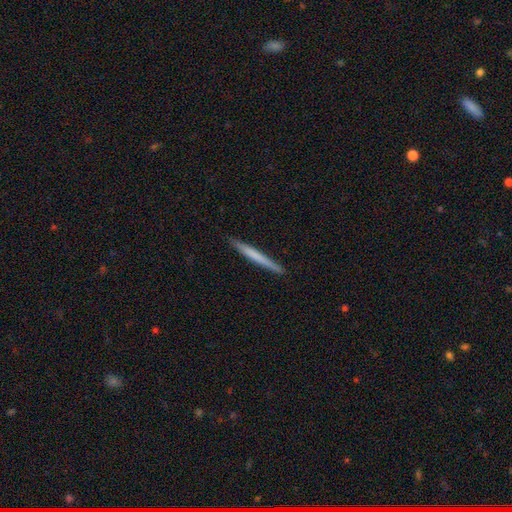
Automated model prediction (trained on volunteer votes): A smooth galaxy with no disk features (61%) that is cigar-shaped (97%). Merging: none (91%).